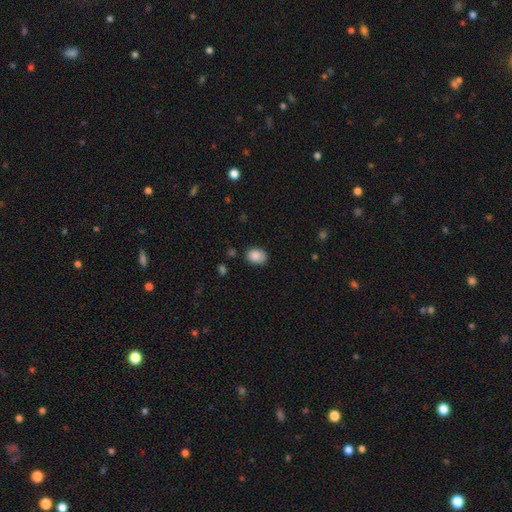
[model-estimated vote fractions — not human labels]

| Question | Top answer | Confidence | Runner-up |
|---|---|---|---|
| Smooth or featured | smooth | 87% | star or artifact (8%) |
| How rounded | in between | 72% | round (27%) |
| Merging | none | 75% | minor disturbance (19%) |